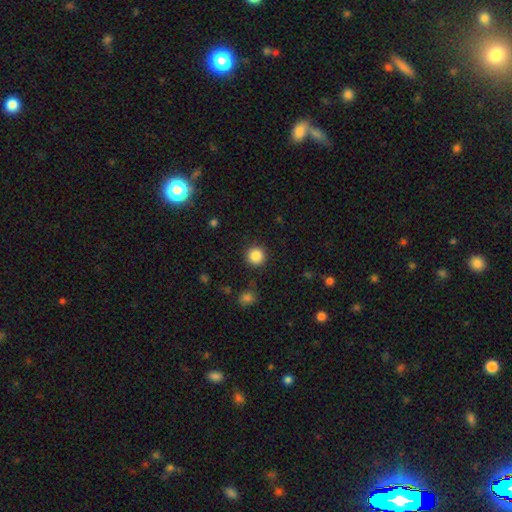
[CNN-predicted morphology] smooth 86%, star or artifact 10%, featured or disk 4%. Down the decision tree: how rounded — round (95%); merging — none (91%).